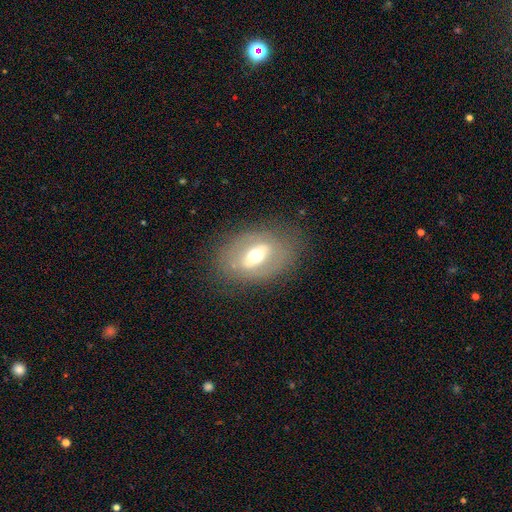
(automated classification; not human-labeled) Smooth or featured: featured or disk — 59% (smooth — 32%)
Edge-on disk: no — 85% (yes — 15%)
Bar: strong — 47% (weak — 31%)
Spiral arms: no — 79% (yes — 21%)
Bulge size: moderate — 67% (large — 19%)
Merging: none — 72% (minor disturbance — 16%)